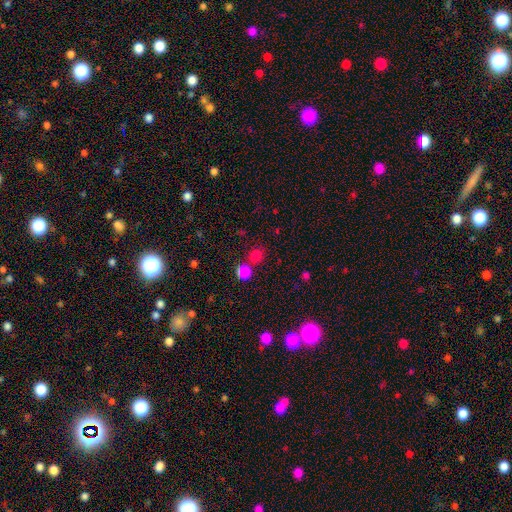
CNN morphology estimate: This is likely a smooth galaxy (76%). How rounded: clearly round (81%). Merging: likely none (67%).